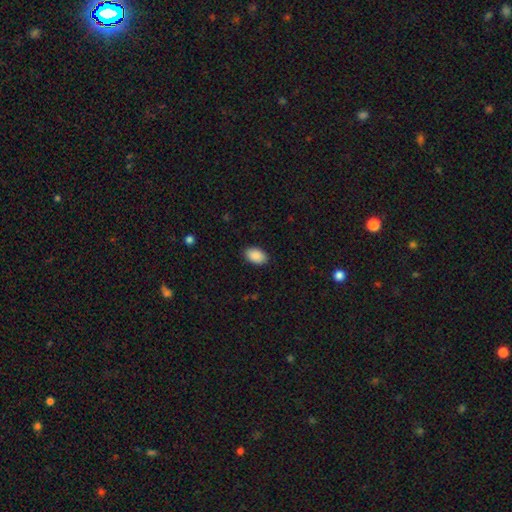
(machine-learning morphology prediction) Smooth or featured? Predicted: smooth (p=0.90). How rounded? Predicted: in between (p=0.91). Merging? Predicted: none (p=0.88).